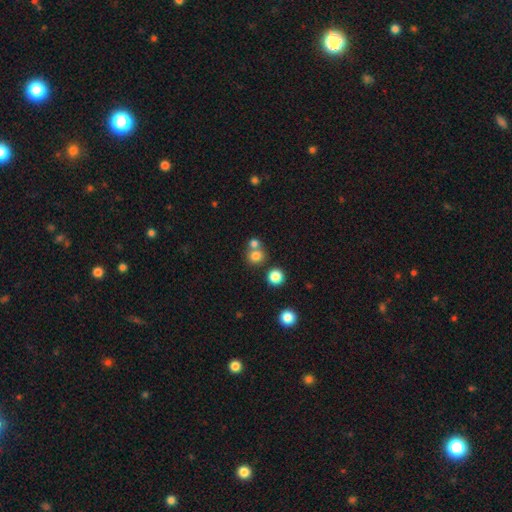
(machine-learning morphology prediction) Smooth or featured: smooth — 77% (star or artifact — 15%)
How rounded: round — 87% (in between — 12%)
Merging: none — 55% (merger — 36%)